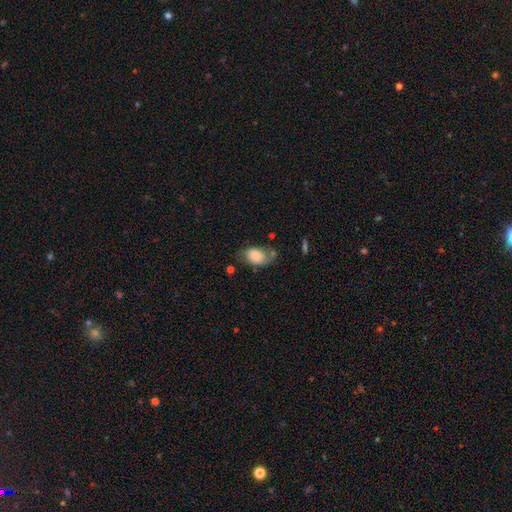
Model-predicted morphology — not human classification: type=smooth (81%); roundness=in between (86%); merging=none (54%).